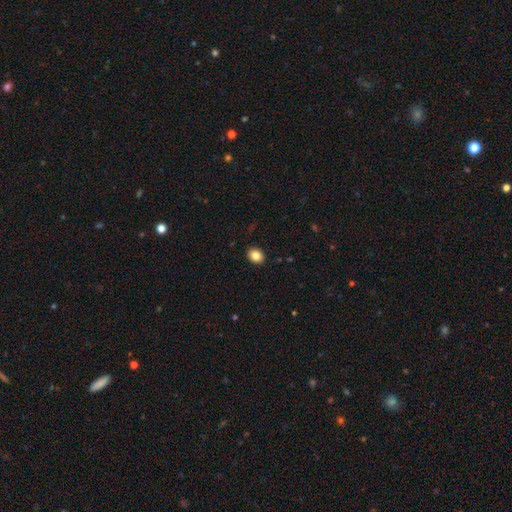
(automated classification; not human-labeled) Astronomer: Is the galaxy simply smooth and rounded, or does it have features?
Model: smooth — 85%.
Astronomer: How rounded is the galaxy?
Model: in between — 54% (runner-up: round, 46%).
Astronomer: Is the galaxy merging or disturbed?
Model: none — 91%.